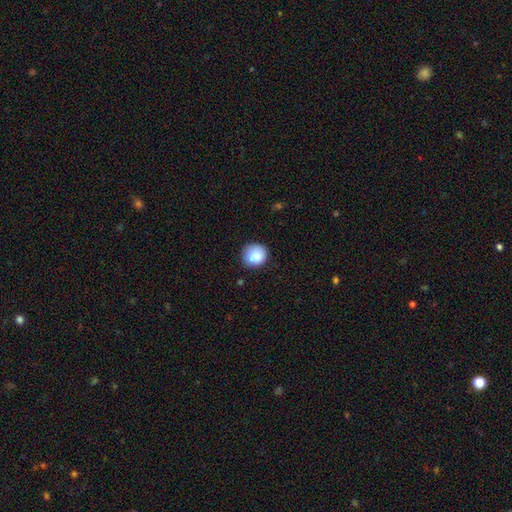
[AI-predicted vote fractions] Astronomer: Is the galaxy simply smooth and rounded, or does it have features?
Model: smooth — 87%.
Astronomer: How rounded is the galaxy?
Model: round — 88%.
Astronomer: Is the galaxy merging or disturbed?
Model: none — 78%.